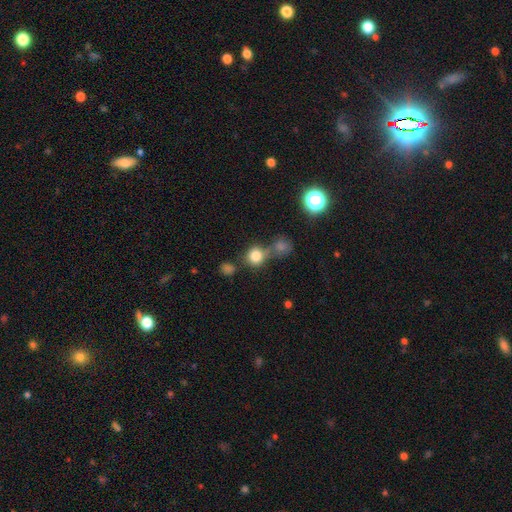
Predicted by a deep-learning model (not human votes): The model was most divided on "merging": none: 51%, merger: 32%, minor disturbance: 11%, major disturbance: 6%. More confident: how rounded — round (83%); smooth or featured — smooth (79%).